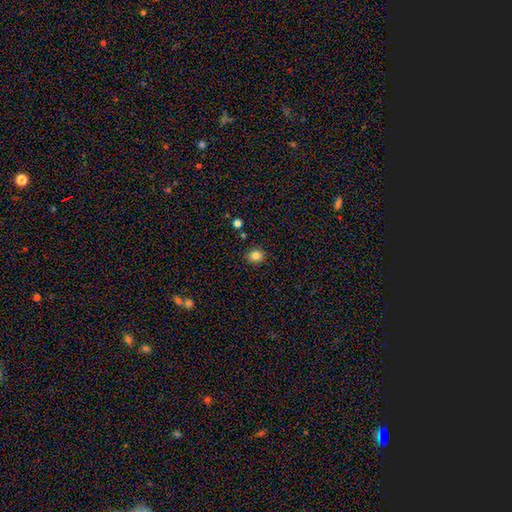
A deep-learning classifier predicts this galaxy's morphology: This appears to be a smooth galaxy with no disk features (83%) that is round (72%). Merging: none (87%).